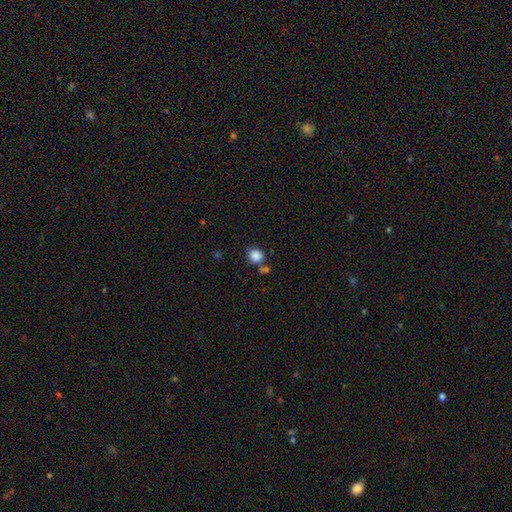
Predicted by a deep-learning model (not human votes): Q: Smooth or featured?
A: smooth (87%); runner-up: star or artifact (9%)
Q: How rounded?
A: round (76%); runner-up: in between (23%)
Q: Merging?
A: none (69%); runner-up: merger (15%)